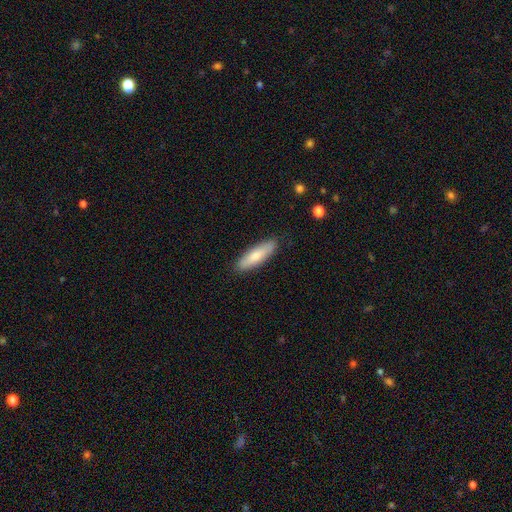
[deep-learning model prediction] Overall: smooth (77%). How rounded: cigar-shaped (60%; in between 38%). Merging: none (87%).